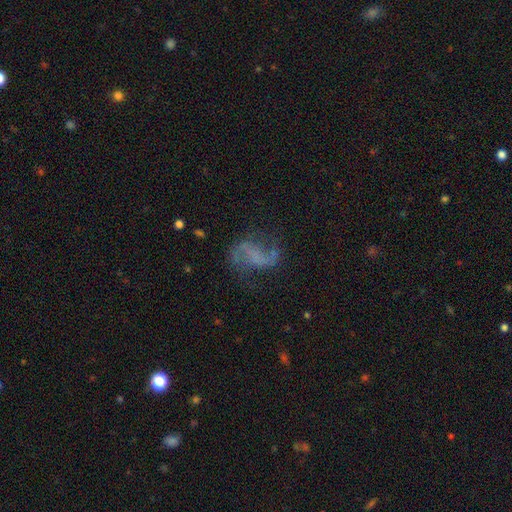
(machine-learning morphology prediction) Q: Smooth or featured?
A: featured or disk (75%); runner-up: smooth (13%)
Q: Edge-on disk?
A: no (97%); runner-up: yes (3%)
Q: Bar?
A: no (46%); runner-up: weak (36%)
Q: Spiral arms?
A: yes (88%); runner-up: no (12%)
Q: Spiral winding?
A: loose (72%); runner-up: medium (23%)
Q: Spiral arm count?
A: 2 (89%); runner-up: can't tell (4%)
Q: Bulge size?
A: none (71%); runner-up: small (18%)
Q: Merging?
A: none (63%); runner-up: minor disturbance (18%)